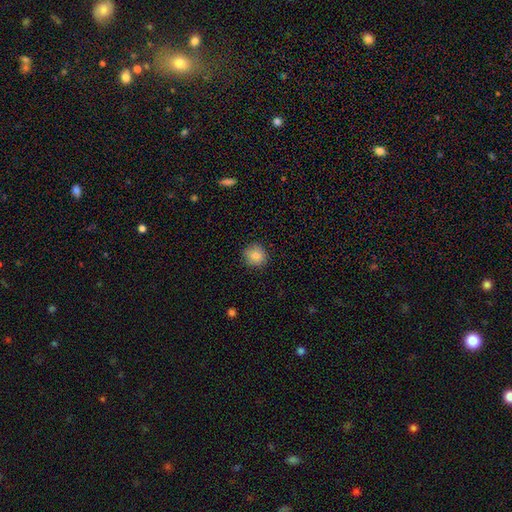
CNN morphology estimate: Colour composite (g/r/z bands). It shows a smooth galaxy with no disk features (83%) that is round (92%). Merging: none (88%).